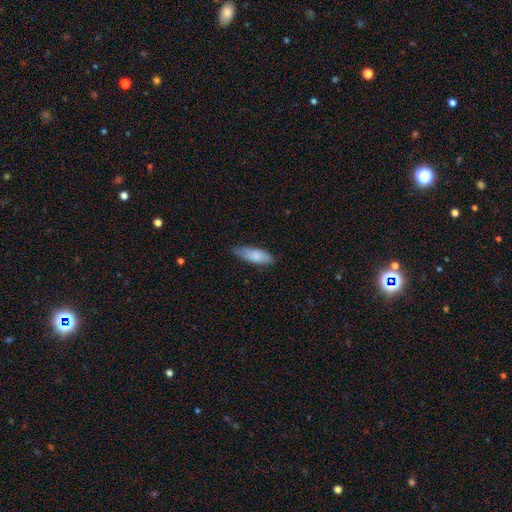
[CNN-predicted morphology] smooth-or-featured: smooth: 80% | featured or disk: 14% | star or artifact: 6%
  how-rounded: in between: 60% | cigar-shaped: 38% | round: 2%
  merging: none: 71% | minor disturbance: 24% | major disturbance: 4% | merger: 1%